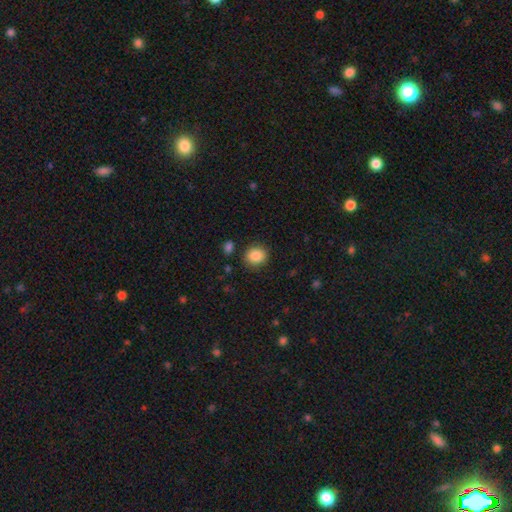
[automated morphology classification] A smooth galaxy with no disk features (87%) that is round (73%). Merging: none (86%).